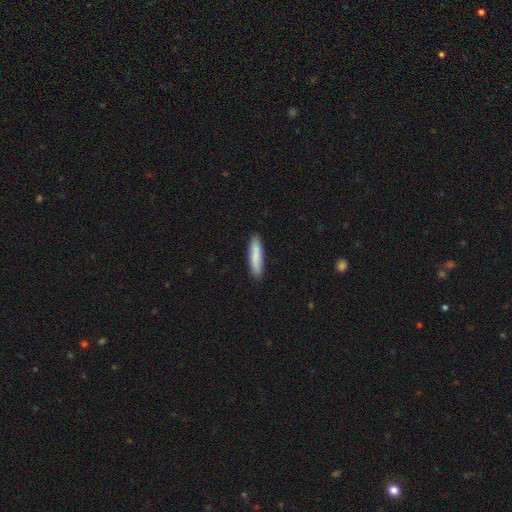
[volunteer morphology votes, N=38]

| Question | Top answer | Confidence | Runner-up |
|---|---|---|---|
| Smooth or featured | smooth | 76% | featured or disk (13%) |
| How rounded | cigar-shaped | 97% | in between (3%) |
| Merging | none | 79% | minor disturbance (18%) |